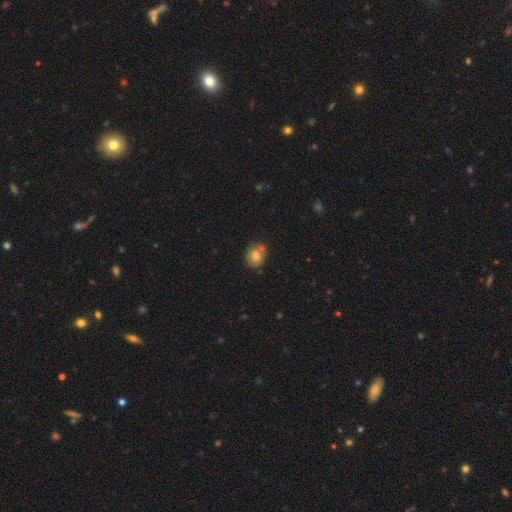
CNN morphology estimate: smooth 75%, featured or disk 16%, star or artifact 9%. Down the decision tree: how rounded — round (66%); merging — none (64%).